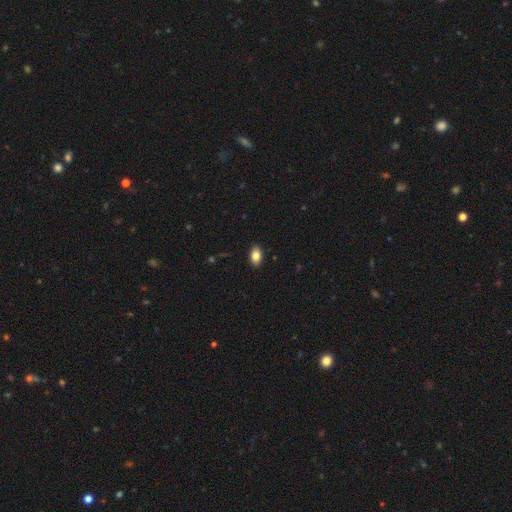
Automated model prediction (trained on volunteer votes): Smooth or featured? Predicted: smooth (p=0.84). How rounded? Predicted: in between (p=0.90). Merging? Predicted: none (p=0.90).